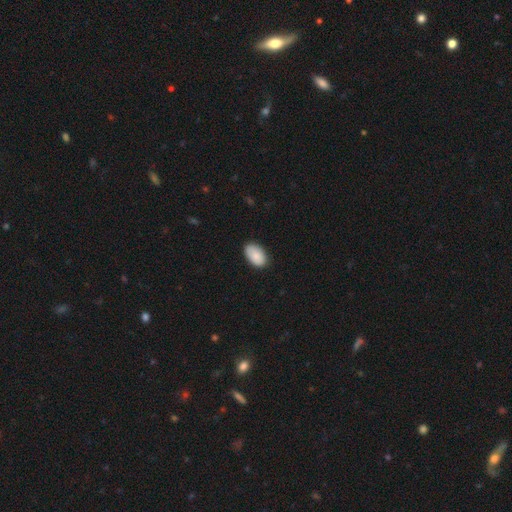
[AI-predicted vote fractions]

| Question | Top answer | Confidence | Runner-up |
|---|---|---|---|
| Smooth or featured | smooth | 88% | star or artifact (6%) |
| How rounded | in between | 94% | round (5%) |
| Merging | none | 83% | minor disturbance (14%) |